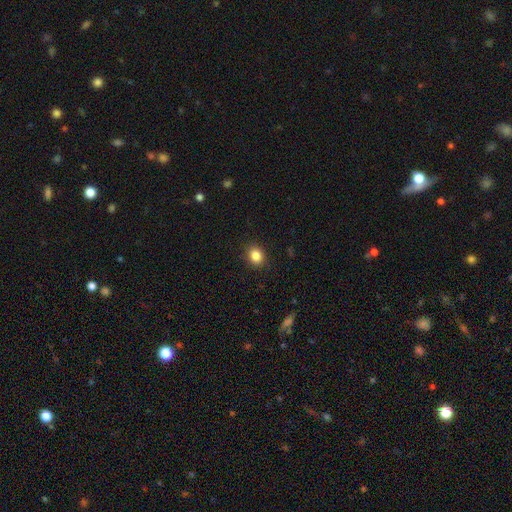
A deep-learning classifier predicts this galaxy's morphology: type=smooth (86%); roundness=round (57%); merging=none (88%).